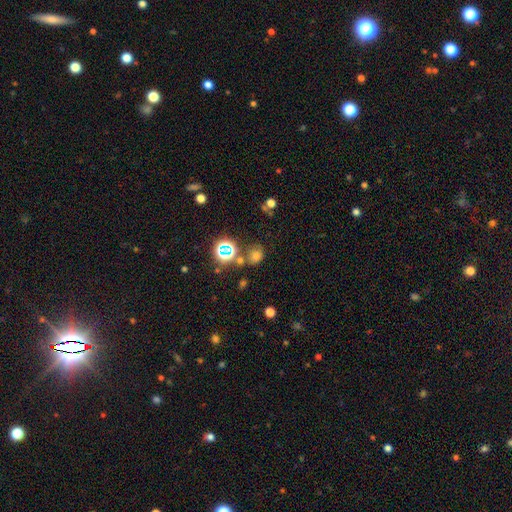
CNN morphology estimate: Smooth or featured?
  - smooth: 61% *
  - star or artifact: 30%
  - featured or disk: 9%
How rounded?
  - round: 63% *
  - in between: 35%
  - cigar-shaped: 1%
Merging?
  - none: 71% *
  - minor disturbance: 13%
  - merger: 11%
  - major disturbance: 5%